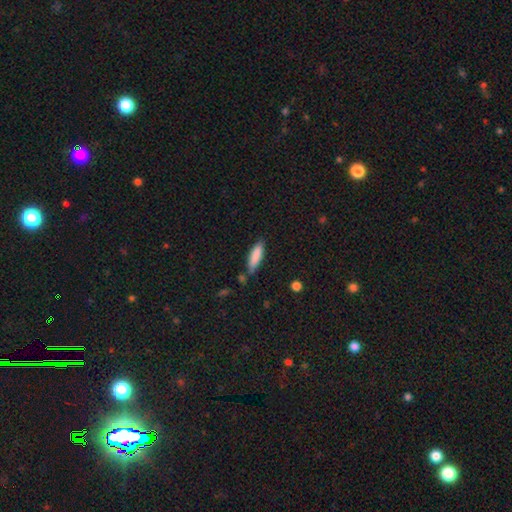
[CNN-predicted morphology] Smooth or featured? Predicted: smooth (p=0.84). How rounded? Predicted: cigar-shaped (p=0.62). Merging? Predicted: none (p=0.72).